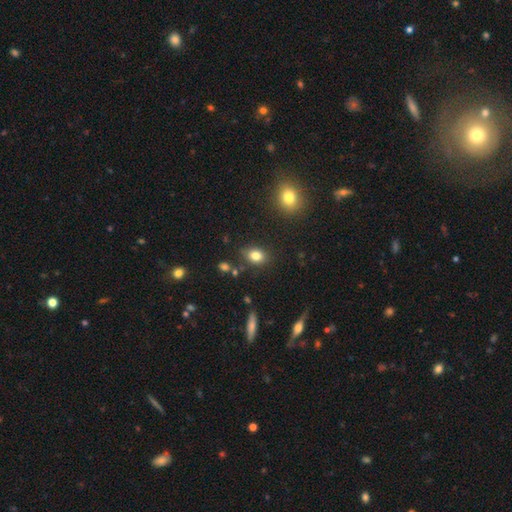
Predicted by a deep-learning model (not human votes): This appears to be a smooth galaxy with no disk features (81%) that is in between round and cigar-shaped (66%). Merging: none (80%).